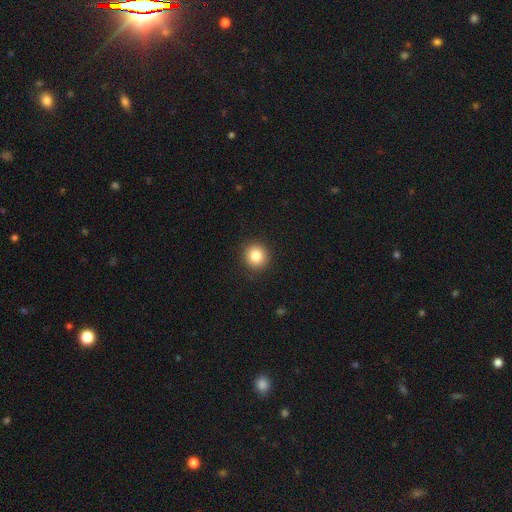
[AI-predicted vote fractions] Q: Smooth or featured?
A: smooth (84%); runner-up: star or artifact (10%)
Q: How rounded?
A: round (91%); runner-up: in between (8%)
Q: Merging?
A: none (92%); runner-up: minor disturbance (6%)